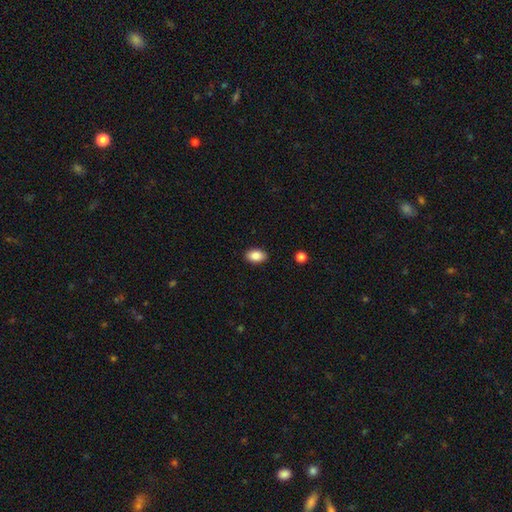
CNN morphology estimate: Smooth or featured: smooth — 87% (star or artifact — 8%)
How rounded: in between — 89% (round — 10%)
Merging: none — 88% (minor disturbance — 8%)